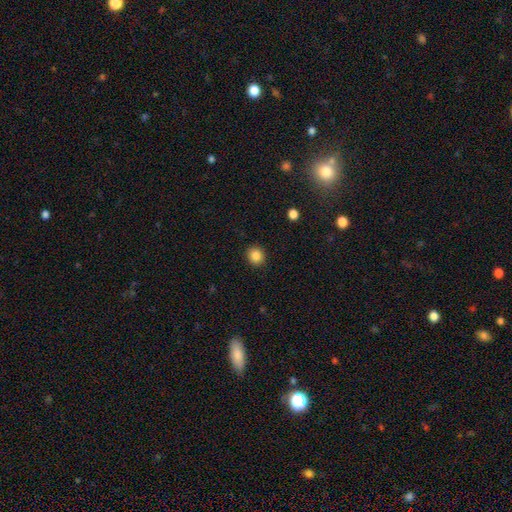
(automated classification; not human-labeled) Overall: smooth (86%). How rounded: round (85%). Merging: none (91%).